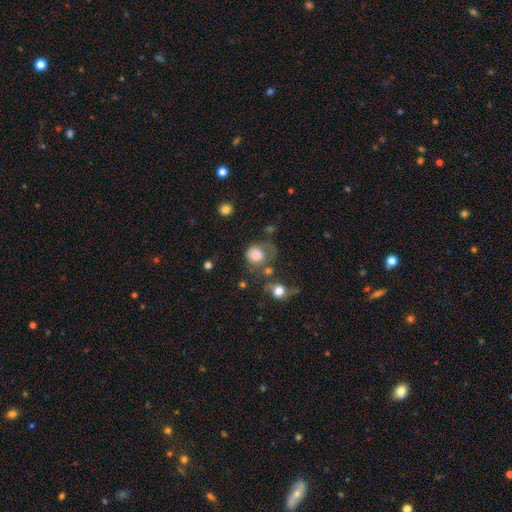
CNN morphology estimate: Smooth or featured? smooth (76%)
How rounded? round (80%)
Merging? none (40%)